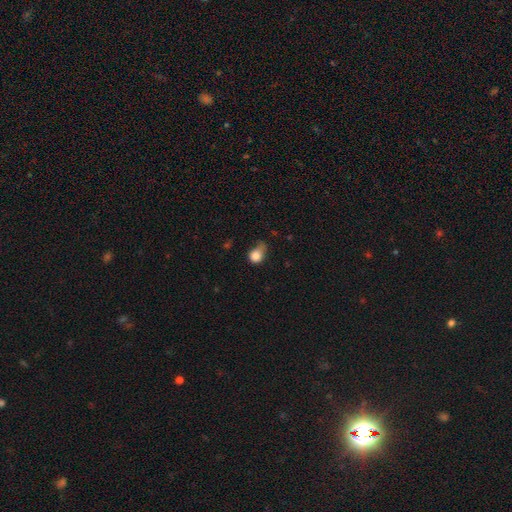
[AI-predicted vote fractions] A smooth galaxy with no disk features (82%) that is round (59%).

Vote fractions:
- Smooth or featured? smooth: 82% / star or artifact: 9% / featured or disk: 9%
- How rounded? round: 59% / in between: 39% / cigar-shaped: 1%
- Merging? minor disturbance: 41% / none: 28% / major disturbance: 26% / merger: 5%